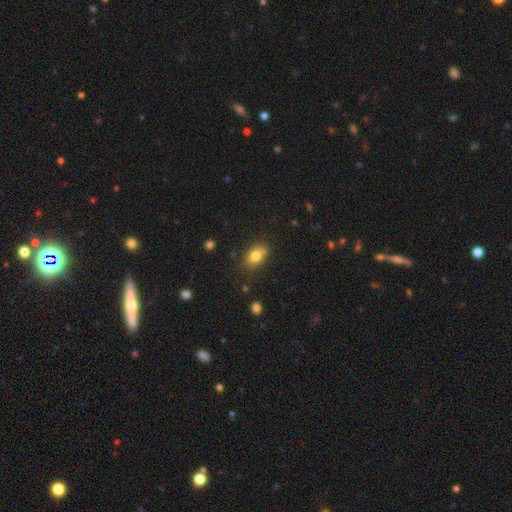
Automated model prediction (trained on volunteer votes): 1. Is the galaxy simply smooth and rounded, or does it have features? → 80% smooth, 11% featured or disk, 9% star or artifact.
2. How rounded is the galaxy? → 82% in between, 16% round, 2% cigar-shaped.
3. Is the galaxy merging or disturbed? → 77% none, 16% minor disturbance, 3% major disturbance, 3% merger.